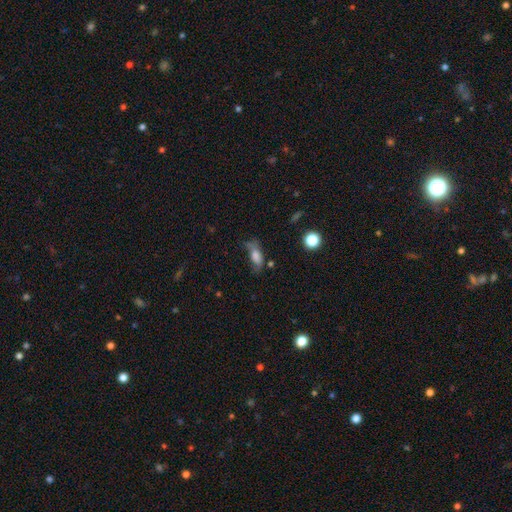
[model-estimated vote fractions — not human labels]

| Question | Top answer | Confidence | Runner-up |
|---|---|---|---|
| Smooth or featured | smooth | 64% | featured or disk (23%) |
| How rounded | in between | 71% | cigar-shaped (23%) |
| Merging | none | 40% | minor disturbance (32%) |